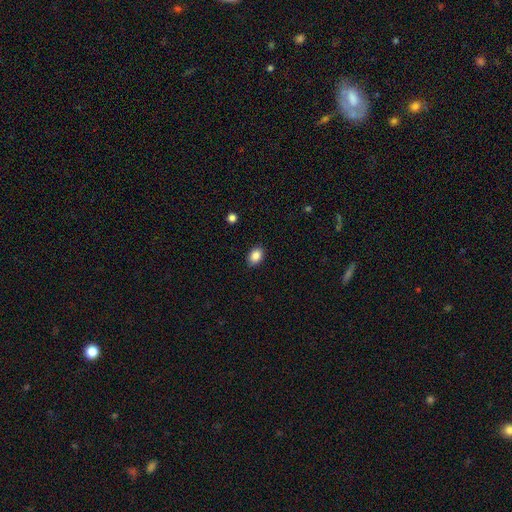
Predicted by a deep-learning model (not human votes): This appears to be a smooth galaxy with no disk features (87%) that is in between round and cigar-shaped (76%). Merging: none (88%).